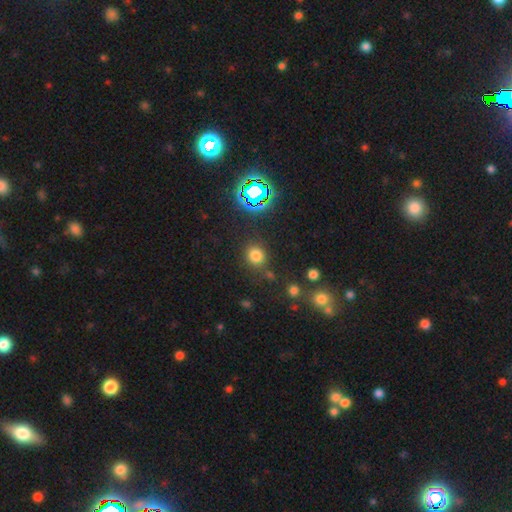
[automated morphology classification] This is likely a smooth galaxy (72%). How rounded: clearly round (82%). Merging: likely none (78%).